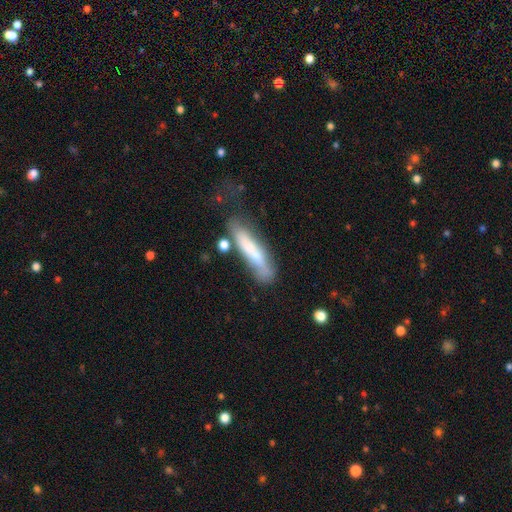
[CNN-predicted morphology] This is possibly a smooth galaxy (57%). How rounded: likely cigar-shaped (77%). Merging: possibly none (50%).